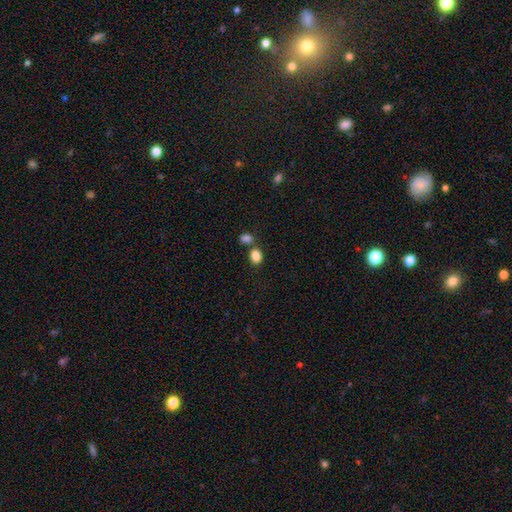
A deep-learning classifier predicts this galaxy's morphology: smooth-or-featured: smooth: 86% | star or artifact: 10% | featured or disk: 5%
  how-rounded: in between: 61% | round: 38% | cigar-shaped: 1%
  merging: none: 60% | merger: 26% | minor disturbance: 10% | major disturbance: 3%